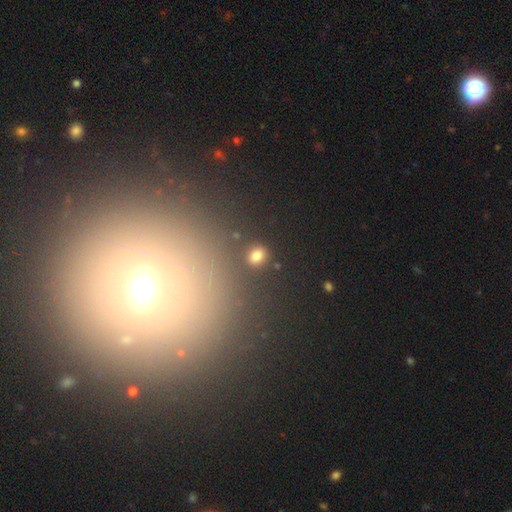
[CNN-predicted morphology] Smooth or featured?
  - smooth: 75% *
  - star or artifact: 19%
  - featured or disk: 6%
How rounded?
  - round: 71% *
  - in between: 27%
  - cigar-shaped: 2%
Merging?
  - none: 88% *
  - minor disturbance: 6%
  - merger: 3%
  - major disturbance: 3%